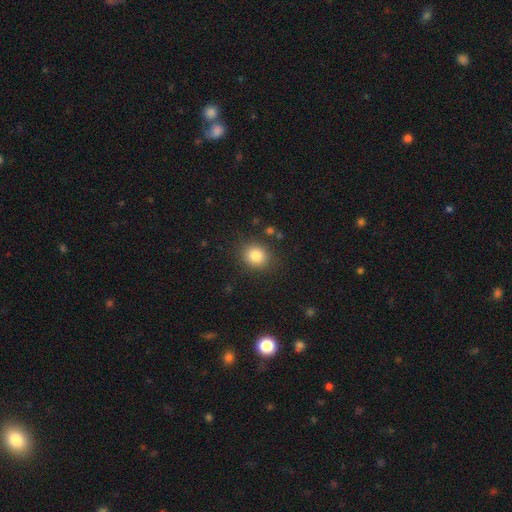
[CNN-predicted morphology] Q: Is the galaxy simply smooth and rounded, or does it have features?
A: smooth — 83%.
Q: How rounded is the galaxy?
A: round — 73%.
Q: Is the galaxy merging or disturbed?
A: none — 86%.